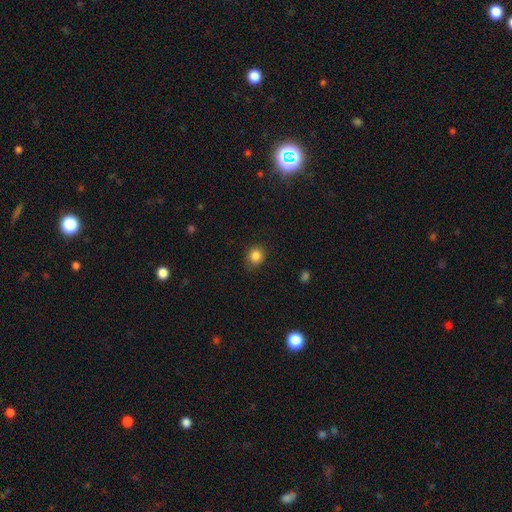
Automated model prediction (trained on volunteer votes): Q: Smooth or featured?
A: smooth (85%); runner-up: star or artifact (11%)
Q: How rounded?
A: round (82%); runner-up: in between (17%)
Q: Merging?
A: none (83%); runner-up: minor disturbance (13%)